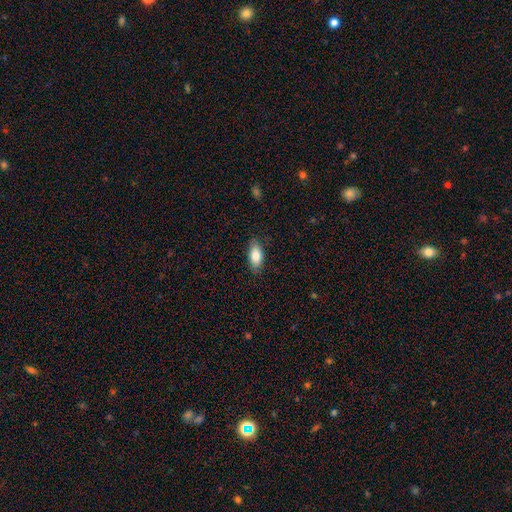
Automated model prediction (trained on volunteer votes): Smooth or featured? Predicted: smooth (p=0.82). How rounded? Predicted: in between (p=0.88). Merging? Predicted: none (p=0.85).